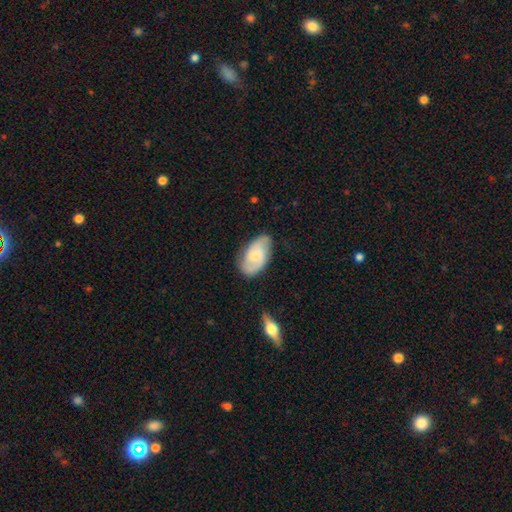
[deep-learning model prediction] A featured or disk galaxy (52%).

Vote fractions:
- Smooth or featured? featured or disk: 52% / smooth: 42% / star or artifact: 6%
- Edge-on disk? no: 94% / yes: 6%
- Merging? none: 72% / minor disturbance: 21% / major disturbance: 5% / merger: 2%